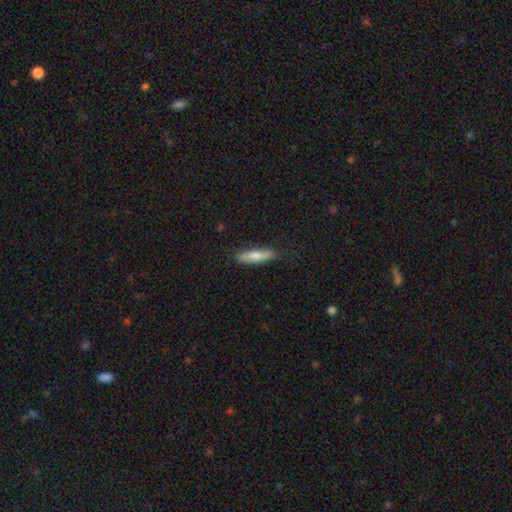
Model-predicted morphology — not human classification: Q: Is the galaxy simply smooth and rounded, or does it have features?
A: smooth — 74%.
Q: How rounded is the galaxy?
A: cigar-shaped — 78%.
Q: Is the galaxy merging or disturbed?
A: none — 84%.